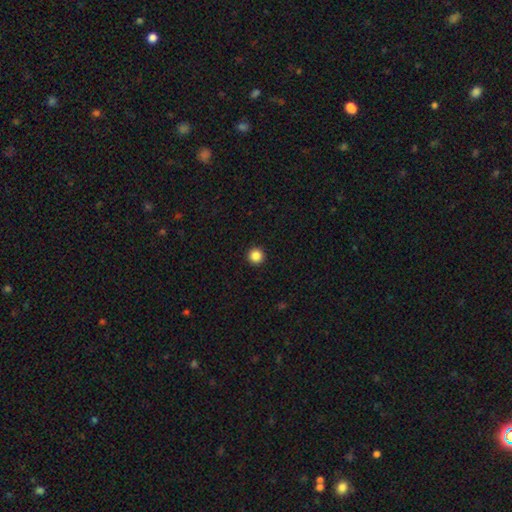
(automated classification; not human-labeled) Q: Smooth or featured?
A: smooth (87%); runner-up: star or artifact (10%)
Q: How rounded?
A: round (97%); runner-up: in between (2%)
Q: Merging?
A: none (94%); runner-up: minor disturbance (4%)